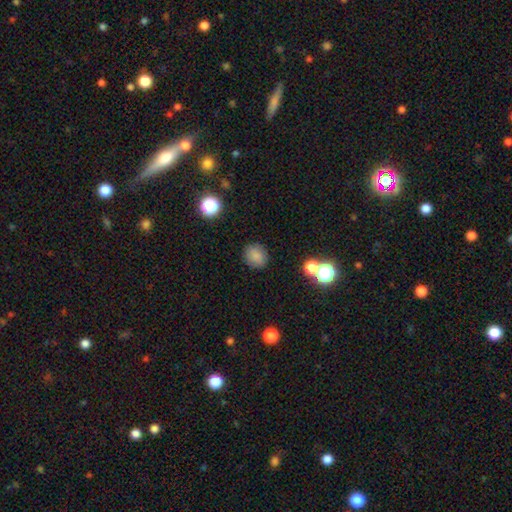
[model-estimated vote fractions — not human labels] smooth 83%, star or artifact 12%, featured or disk 6%. Down the decision tree: how rounded — round (74%); merging — none (86%).